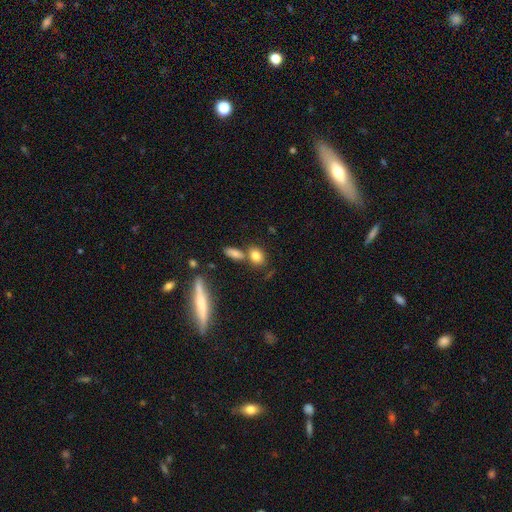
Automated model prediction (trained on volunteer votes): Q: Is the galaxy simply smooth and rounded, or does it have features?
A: smooth — 79%.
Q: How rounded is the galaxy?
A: in between — 57%.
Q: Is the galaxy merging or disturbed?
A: none — 60%.